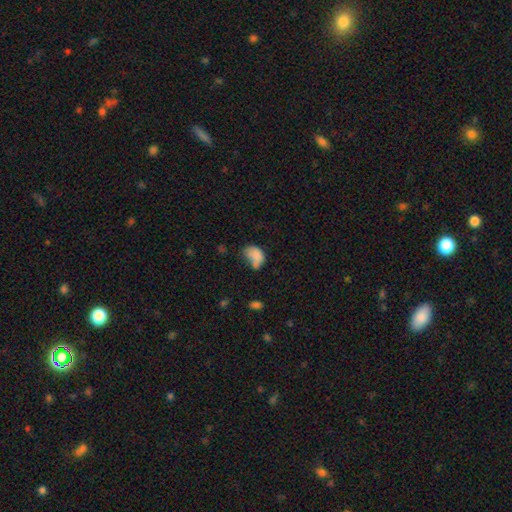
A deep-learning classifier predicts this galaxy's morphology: The model was most divided on "merging" (2-way tie): minor disturbance: 29%, none: 29%, major disturbance: 22%, merger: 20%. More confident: how rounded — in between (80%); smooth or featured — smooth (77%).